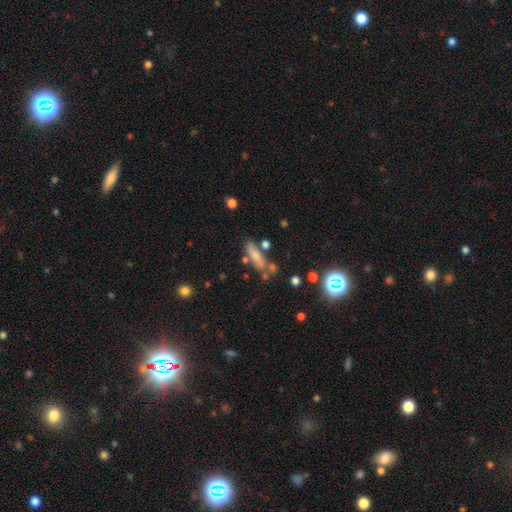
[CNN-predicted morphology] The model was most divided on "how rounded": cigar-shaped: 58%, in between: 38%, round: 3%. More confident: smooth or featured — smooth (64%); merging — none (54%).